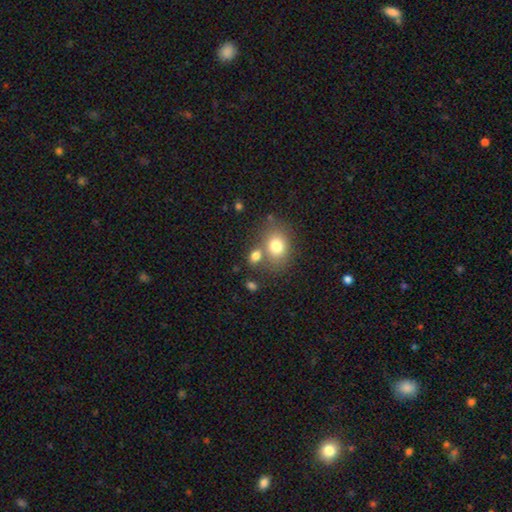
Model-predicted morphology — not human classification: A smooth galaxy with no disk features (78%) that is in between round and cigar-shaped (55%). Merging: none (52%).